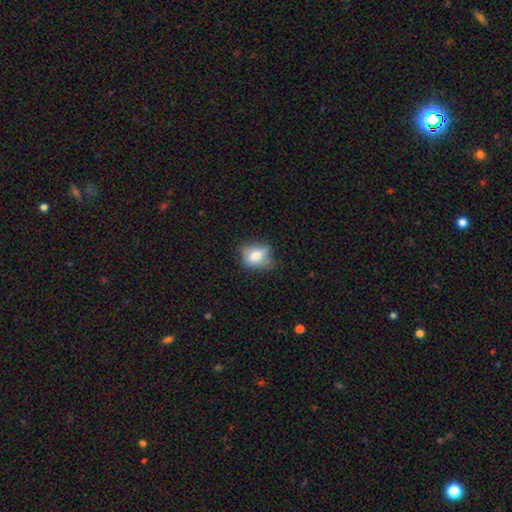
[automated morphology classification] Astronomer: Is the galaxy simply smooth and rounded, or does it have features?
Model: smooth — 71%.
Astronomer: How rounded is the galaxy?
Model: in between — 64%.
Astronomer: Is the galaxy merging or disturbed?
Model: none — 57%.